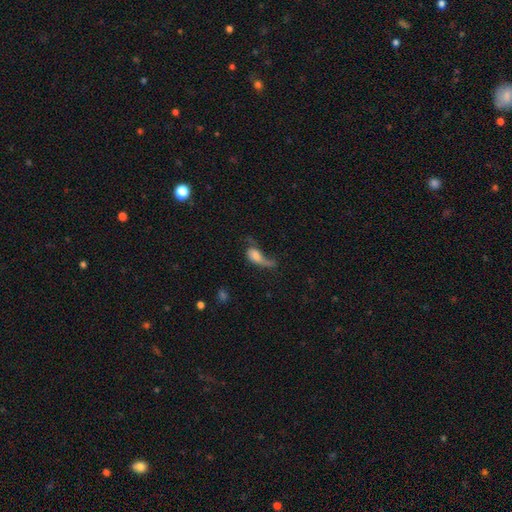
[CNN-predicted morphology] Smooth or featured? Predicted: smooth (p=0.51). How rounded? Predicted: in between (p=0.74). Merging? Predicted: major disturbance (p=0.50).